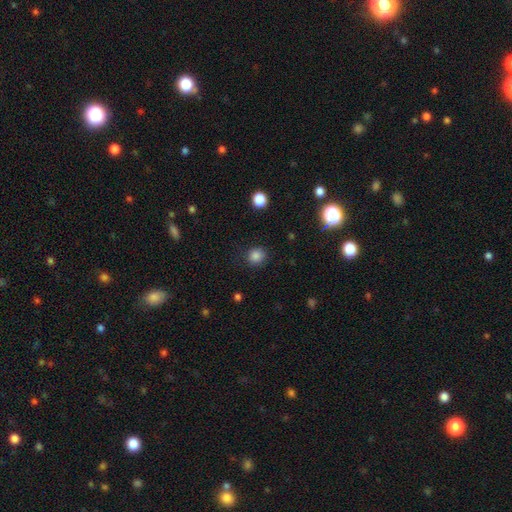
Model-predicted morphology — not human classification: Smooth or featured? smooth (84%)
How rounded? round (88%)
Merging? none (87%)